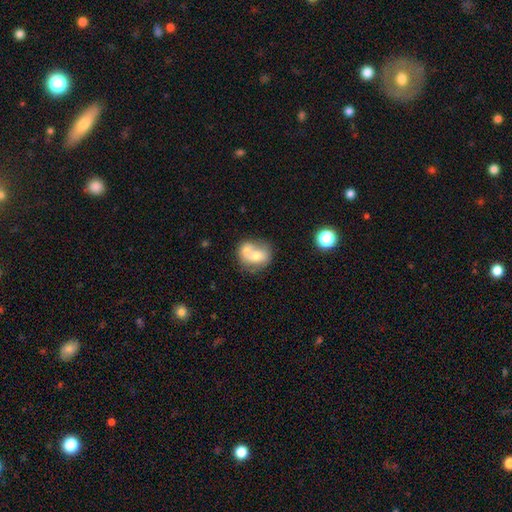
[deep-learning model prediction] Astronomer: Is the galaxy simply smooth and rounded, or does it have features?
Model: smooth — 61%.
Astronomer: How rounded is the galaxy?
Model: in between — 51% (runner-up: round, 48%).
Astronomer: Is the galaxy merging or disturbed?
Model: merger — 64%.